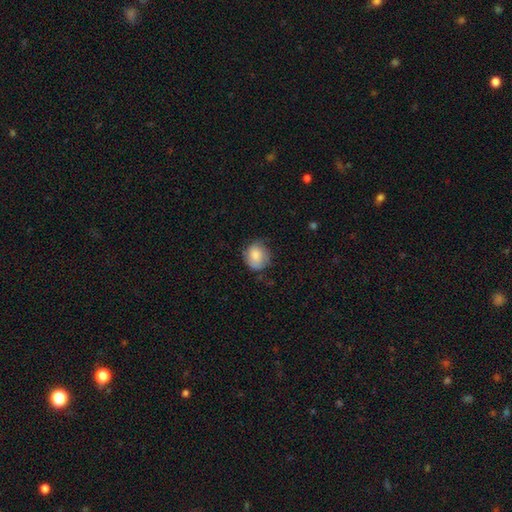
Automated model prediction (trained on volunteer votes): A smooth galaxy with no disk features (80%) that is round (76%). Merging: none (63%).